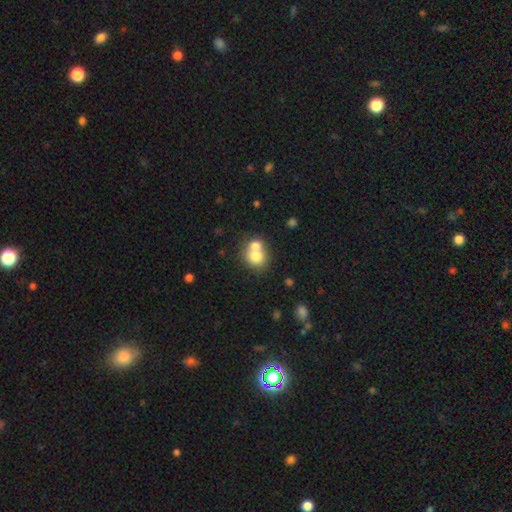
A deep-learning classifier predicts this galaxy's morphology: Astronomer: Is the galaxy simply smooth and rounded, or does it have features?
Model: smooth — 74%.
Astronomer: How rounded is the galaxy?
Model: round — 72%.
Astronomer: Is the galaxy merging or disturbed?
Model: merger — 59%.